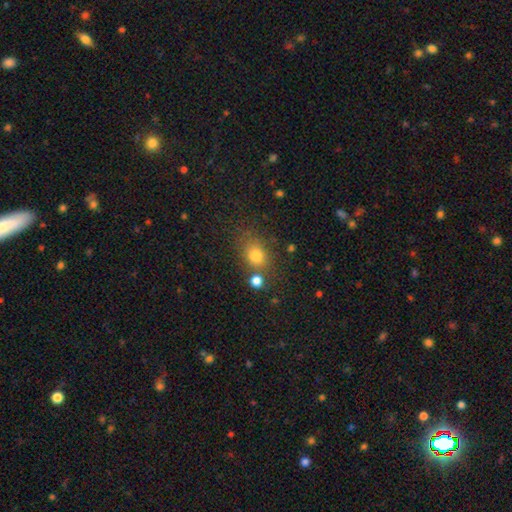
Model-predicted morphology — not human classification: Smooth or featured? smooth (78%)
How rounded? round (53%)
Merging? none (67%)